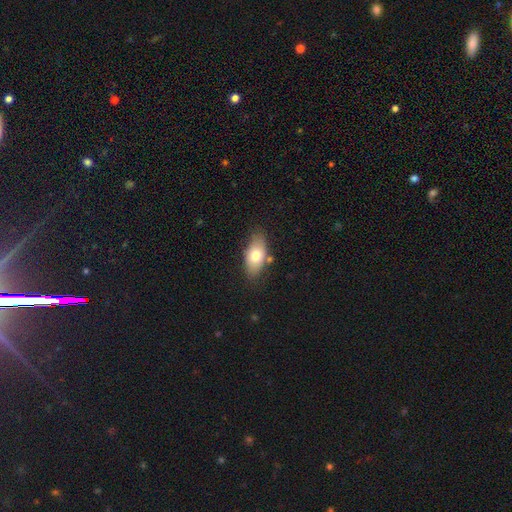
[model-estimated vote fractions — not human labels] Smooth or featured?
  - smooth: 72% *
  - featured or disk: 20%
  - star or artifact: 7%
How rounded?
  - in between: 89% *
  - round: 6%
  - cigar-shaped: 5%
Merging?
  - none: 74% *
  - minor disturbance: 17%
  - merger: 5%
  - major disturbance: 4%